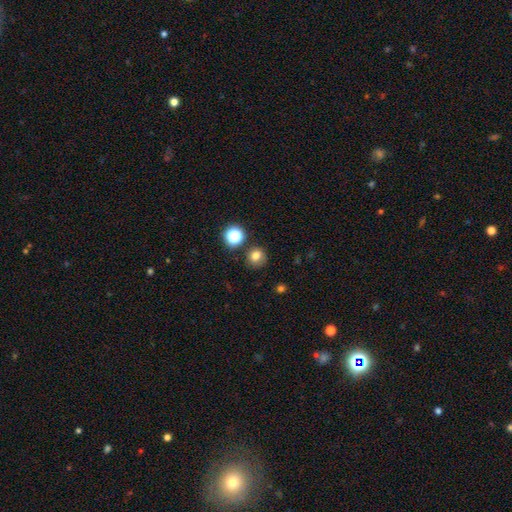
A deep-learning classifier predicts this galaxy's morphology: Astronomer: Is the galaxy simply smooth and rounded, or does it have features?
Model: smooth — 77%.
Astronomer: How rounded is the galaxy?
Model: round — 90%.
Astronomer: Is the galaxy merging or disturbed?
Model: none — 84%.